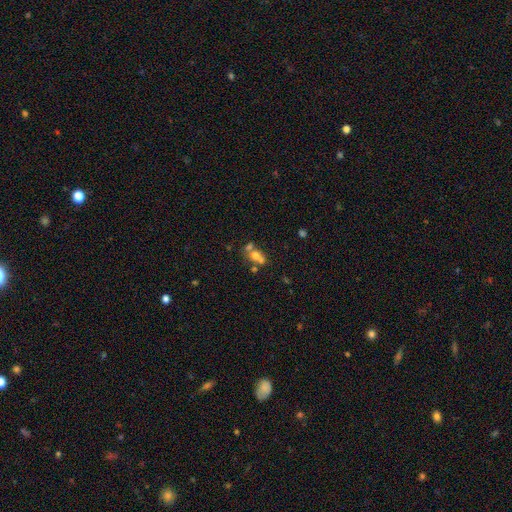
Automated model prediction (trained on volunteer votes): smooth-or-featured: smooth: 58% | featured or disk: 26% | star or artifact: 16%
  how-rounded: round: 62% | in between: 36% | cigar-shaped: 2%
  merging: merger: 53% | none: 34% | minor disturbance: 8% | major disturbance: 5%